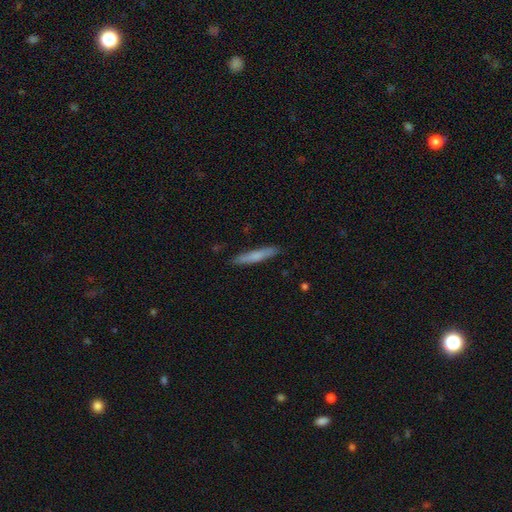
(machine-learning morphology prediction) Overall: smooth (72%). How rounded: cigar-shaped (94%). Merging: none (88%).